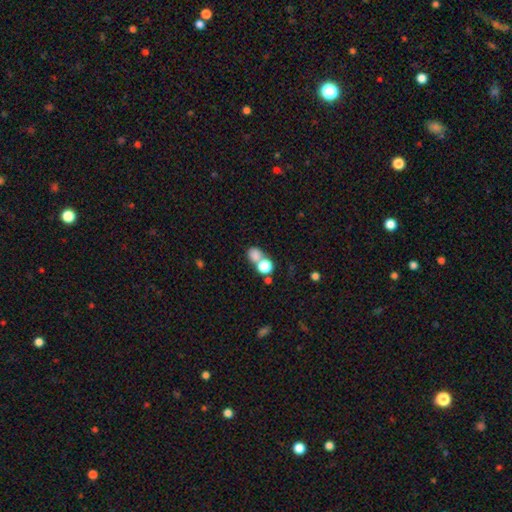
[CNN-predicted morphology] A smooth galaxy with no disk features (77%) that is round (68%).

Vote fractions:
- Smooth or featured? smooth: 77% / star or artifact: 15% / featured or disk: 8%
- How rounded? round: 68% / in between: 31% / cigar-shaped: 1%
- Merging? none: 43% (tied) / merger: 43% (tied) / minor disturbance: 9% / major disturbance: 5%